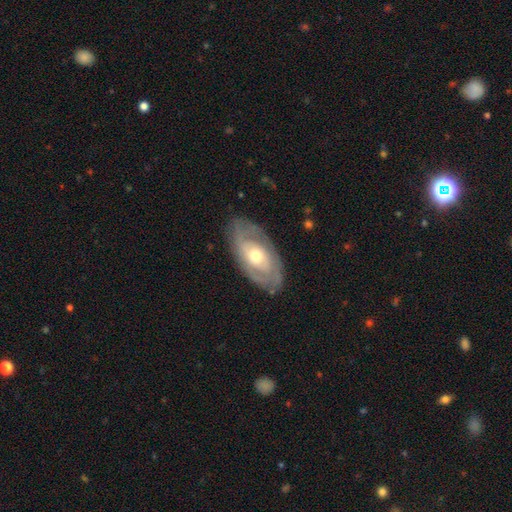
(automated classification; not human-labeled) Smooth or featured?
  - featured or disk: 70% *
  - smooth: 25%
  - star or artifact: 5%
Edge-on disk?
  - no: 91% *
  - yes: 9%
Bar?
  - no: 72% *
  - weak: 22%
  - strong: 6%
Spiral arms?
  - yes: 68% *
  - no: 32%
Bulge size?
  - moderate: 69% *
  - small: 21%
  - large: 8%
  - dominant: 1%
  - none: 1%
Merging?
  - none: 79% *
  - minor disturbance: 15%
  - major disturbance: 5%
  - merger: 1%